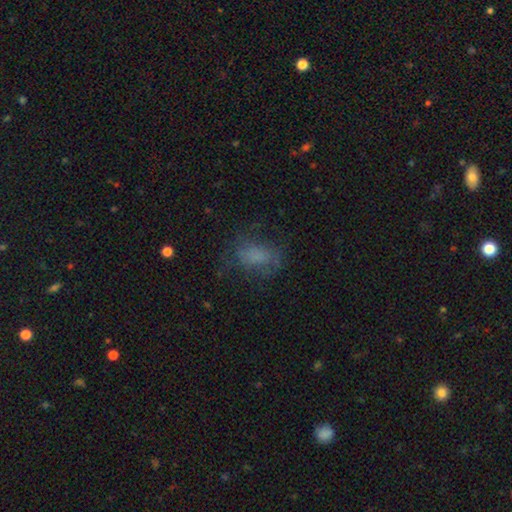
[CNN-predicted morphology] This is likely a smooth galaxy (61%). How rounded: likely in between (77%). Merging: possibly none (56%).